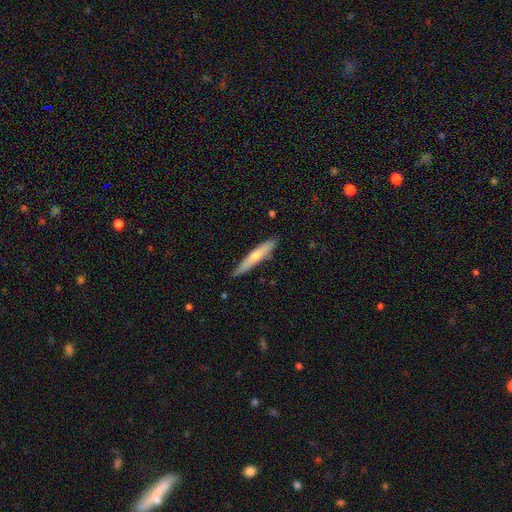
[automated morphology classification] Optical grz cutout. It shows a smooth galaxy with no disk features (54%) that is cigar-shaped (92%). Merging: none (86%).